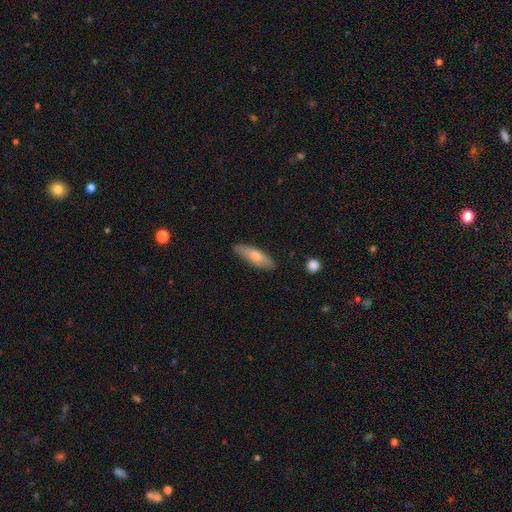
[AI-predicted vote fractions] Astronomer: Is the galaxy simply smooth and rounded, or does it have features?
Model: smooth — 64%.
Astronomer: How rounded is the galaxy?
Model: cigar-shaped — 60% (runner-up: in between, 37%).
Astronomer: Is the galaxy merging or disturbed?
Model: none — 86%.